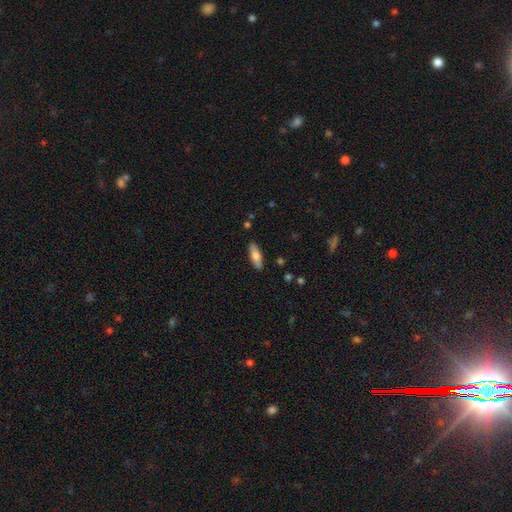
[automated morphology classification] This is likely a smooth galaxy (71%). How rounded: possibly in between (51%). Merging: clearly none (88%).